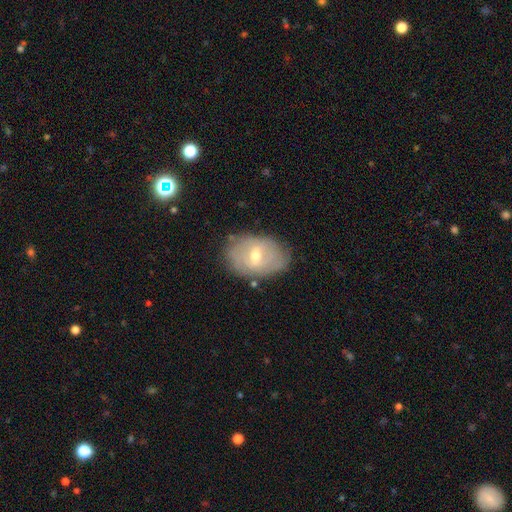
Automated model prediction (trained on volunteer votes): smooth-or-featured: featured or disk: 60% | smooth: 33% | star or artifact: 7%
  disk-edge-on: no: 93% | yes: 7%
    bar: weak: 56% | no: 24% | strong: 20%
    has-spiral-arms: yes: 52% | no: 48%
    bulge-size: moderate: 62% | small: 33% | large: 3% | none: 1% | dominant: 1%
  merging: none: 74% | minor disturbance: 19% | major disturbance: 5% | merger: 2%